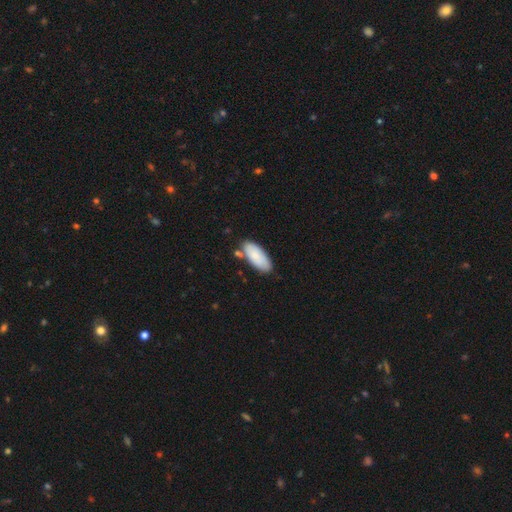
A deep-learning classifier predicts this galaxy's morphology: This appears to be a smooth galaxy with no disk features (82%) that is in between round and cigar-shaped (88%). Merging: none (73%).